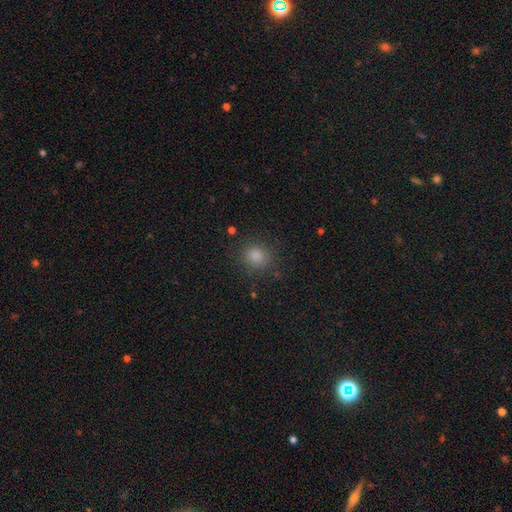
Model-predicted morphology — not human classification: The model was most divided on "how rounded": round: 81%, in between: 18%, cigar-shaped: 1%. More confident: merging — none (85%); smooth or featured — smooth (79%).